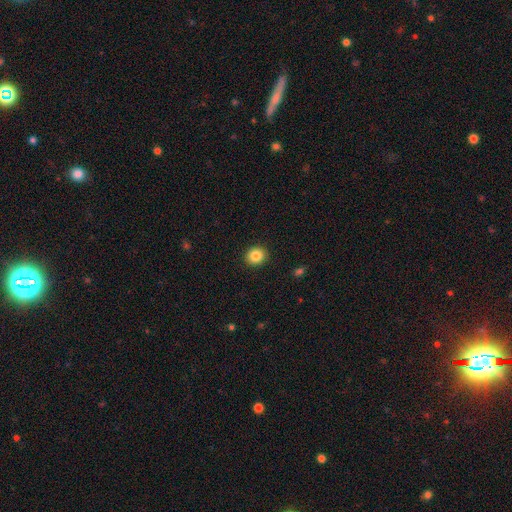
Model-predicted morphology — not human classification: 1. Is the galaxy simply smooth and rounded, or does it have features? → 85% smooth, 10% star or artifact, 5% featured or disk.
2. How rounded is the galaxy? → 81% round, 19% in between, 1% cigar-shaped.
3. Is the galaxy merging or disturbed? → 91% none, 6% minor disturbance, 2% major disturbance, 1% merger.